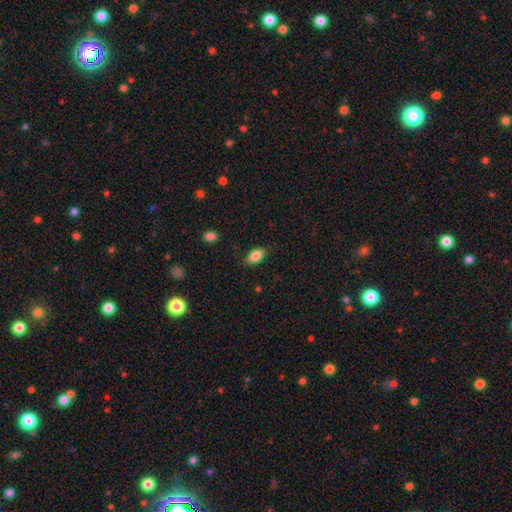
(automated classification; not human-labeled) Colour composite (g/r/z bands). It shows a smooth galaxy with no disk features (83%) that is in between round and cigar-shaped (87%). Merging: none (81%).